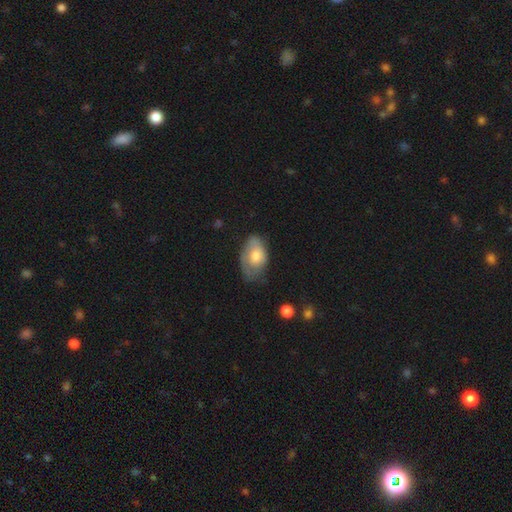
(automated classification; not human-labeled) Smooth or featured? Predicted: smooth (p=0.64). How rounded? Predicted: in between (p=0.91). Merging? Predicted: none (p=0.45).